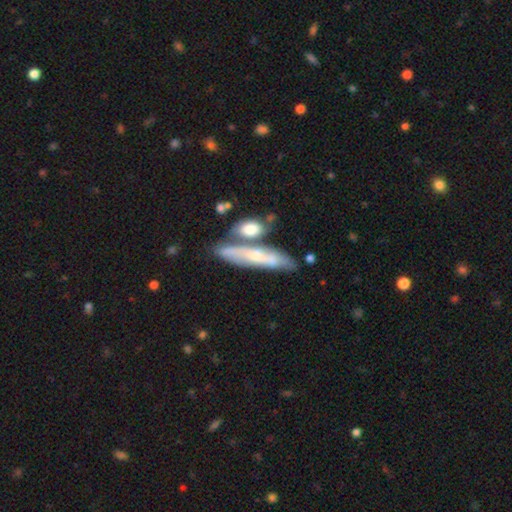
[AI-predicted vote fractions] Smooth or featured? featured or disk (46%, tied with smooth)
Merging? none (52%)